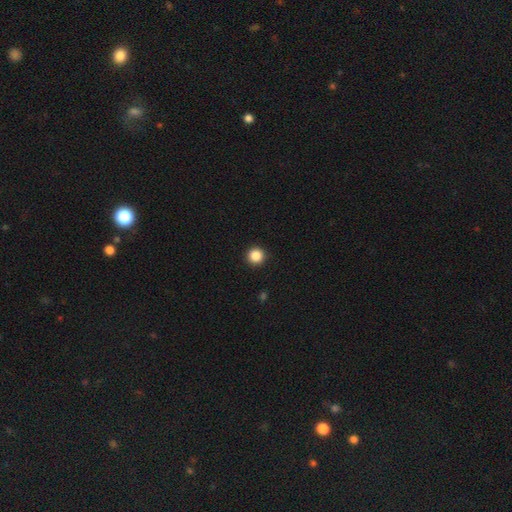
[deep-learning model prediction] This is clearly a smooth galaxy (86%). How rounded: clearly round (96%). Merging: clearly none (94%).